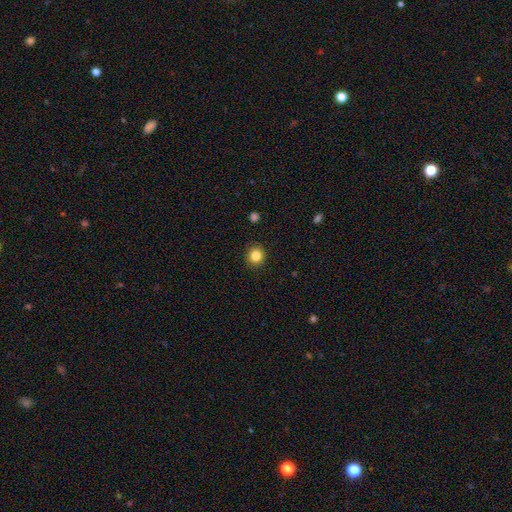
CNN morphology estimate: This appears to be a smooth galaxy with no disk features (84%) that is round (93%). Merging: none (92%).